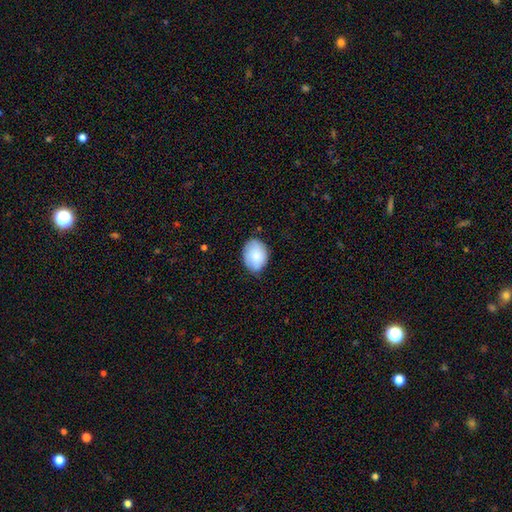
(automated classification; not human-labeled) Smooth or featured? smooth (84%)
How rounded? in between (71%)
Merging? none (75%)